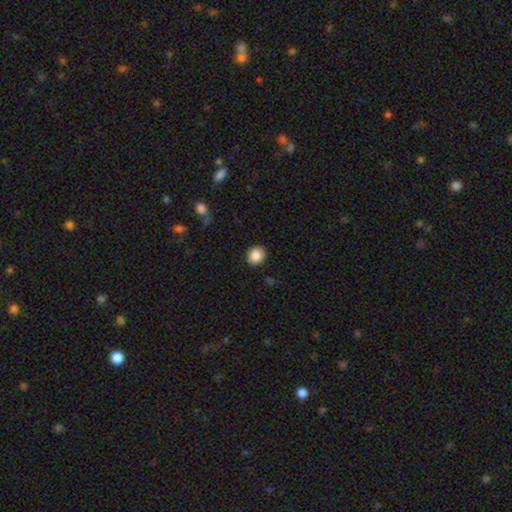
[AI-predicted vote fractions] The model was most divided on "how rounded": round: 80%, in between: 19%, cigar-shaped: 1%. More confident: merging — none (90%); smooth or featured — smooth (88%).